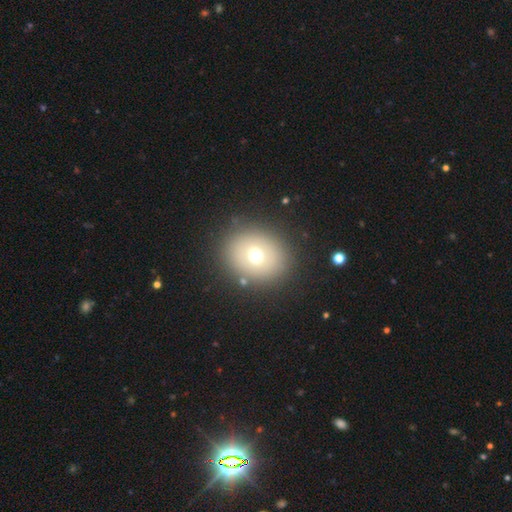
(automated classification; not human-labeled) Smooth or featured?
  - smooth: 66% *
  - featured or disk: 18%
  - star or artifact: 16%
How rounded?
  - round: 71% *
  - in between: 28%
  - cigar-shaped: 1%
Merging?
  - none: 85% *
  - minor disturbance: 8%
  - major disturbance: 5%
  - merger: 3%